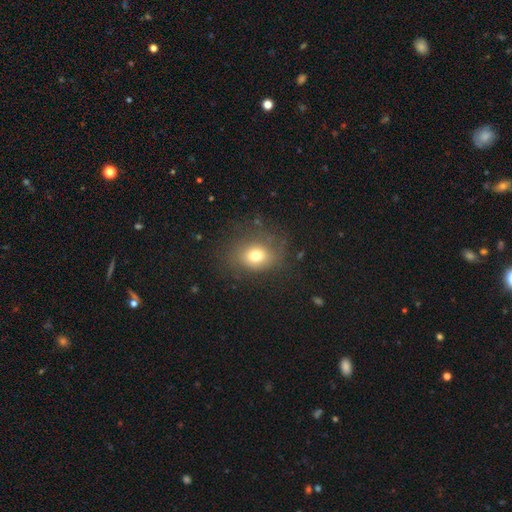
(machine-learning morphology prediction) A smooth galaxy with no disk features (73%) that is round (52%).

Vote fractions:
- Smooth or featured? smooth: 73% / star or artifact: 14% / featured or disk: 13%
- How rounded? round: 52% / in between: 47% / cigar-shaped: 1%
- Merging? none: 74% / minor disturbance: 16% / major disturbance: 9% / merger: 2%